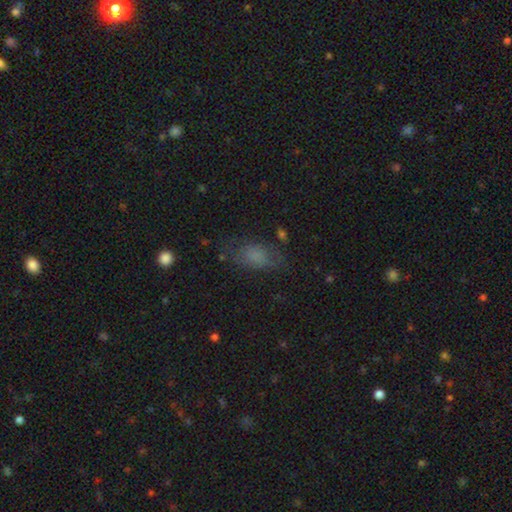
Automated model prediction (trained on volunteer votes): Morphology: type=smooth (69%); roundness=in between (86%); merging=none (62%).